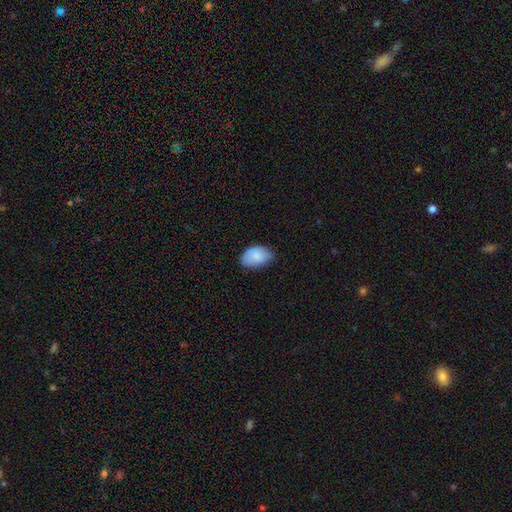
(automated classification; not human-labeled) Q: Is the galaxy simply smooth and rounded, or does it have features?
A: smooth — 84%.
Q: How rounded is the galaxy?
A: in between — 91%.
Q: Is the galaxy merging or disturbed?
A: none — 67%.